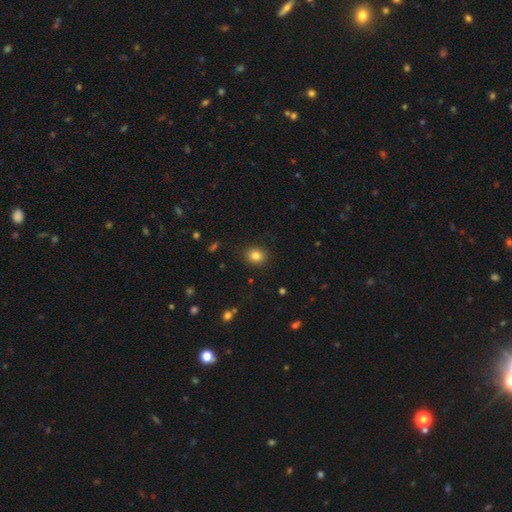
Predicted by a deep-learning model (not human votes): Q: Smooth or featured?
A: smooth (83%); runner-up: star or artifact (11%)
Q: How rounded?
A: round (68%); runner-up: in between (31%)
Q: Merging?
A: none (89%); runner-up: minor disturbance (8%)